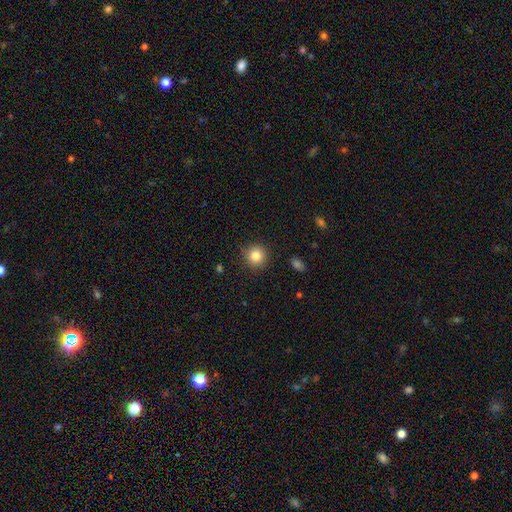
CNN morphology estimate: This appears to be a smooth galaxy with no disk features (84%) that is round (93%). Merging: none (88%).